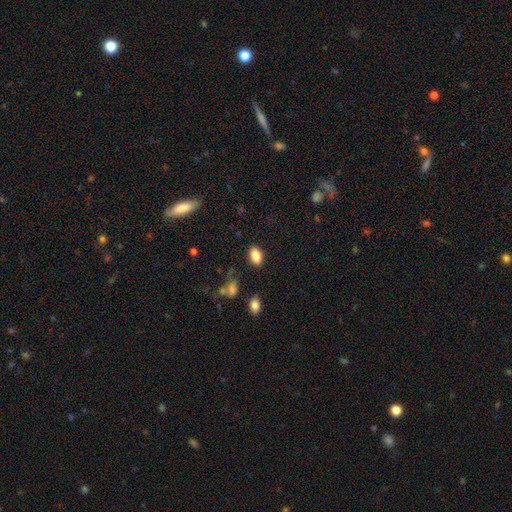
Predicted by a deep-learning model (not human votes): Smooth or featured? smooth (84%)
How rounded? in between (88%)
Merging? none (85%)